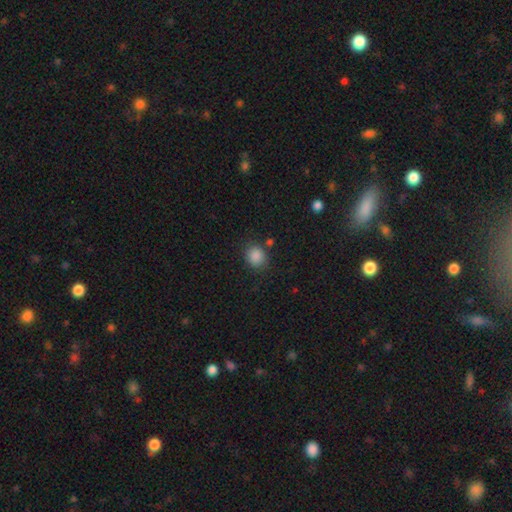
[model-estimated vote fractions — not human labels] A smooth galaxy with no disk features (87%) that is round (73%).

Vote fractions:
- Smooth or featured? smooth: 87% / star or artifact: 10% / featured or disk: 4%
- How rounded? round: 73% / in between: 26% / cigar-shaped: 1%
- Merging? none: 79% / minor disturbance: 12% / merger: 5% / major disturbance: 4%